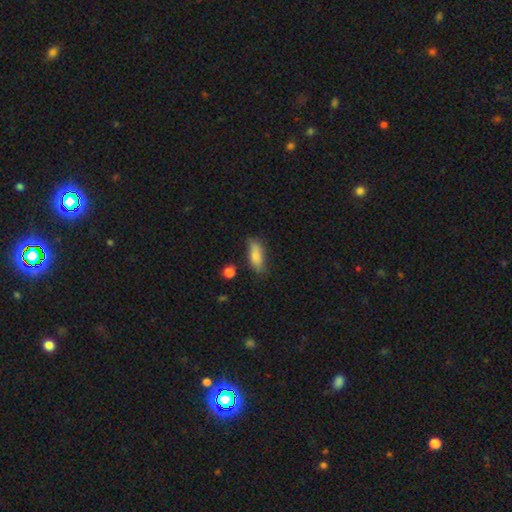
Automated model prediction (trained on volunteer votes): A smooth galaxy with no disk features (79%) that is in between round and cigar-shaped (68%). Merging: none (73%).